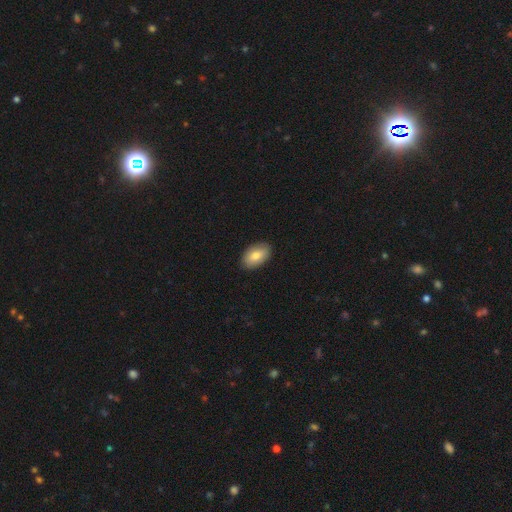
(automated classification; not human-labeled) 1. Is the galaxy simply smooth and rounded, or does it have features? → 79% smooth, 14% featured or disk, 6% star or artifact.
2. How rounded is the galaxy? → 93% in between, 6% round, 1% cigar-shaped.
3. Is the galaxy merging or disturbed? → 89% none, 8% minor disturbance, 2% major disturbance, 1% merger.